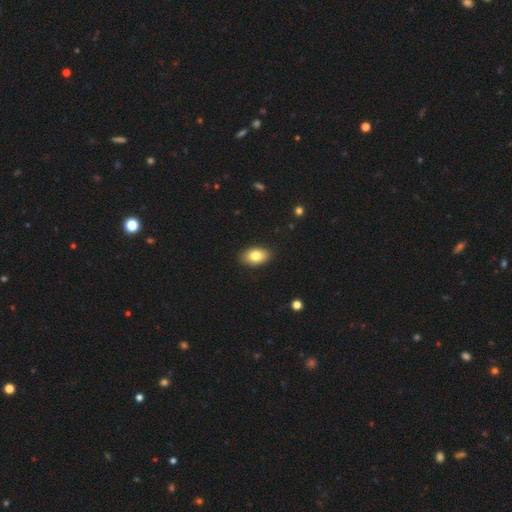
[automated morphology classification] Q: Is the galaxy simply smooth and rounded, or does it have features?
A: smooth — 81%.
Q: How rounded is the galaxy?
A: in between — 90%.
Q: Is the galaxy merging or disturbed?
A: none — 89%.